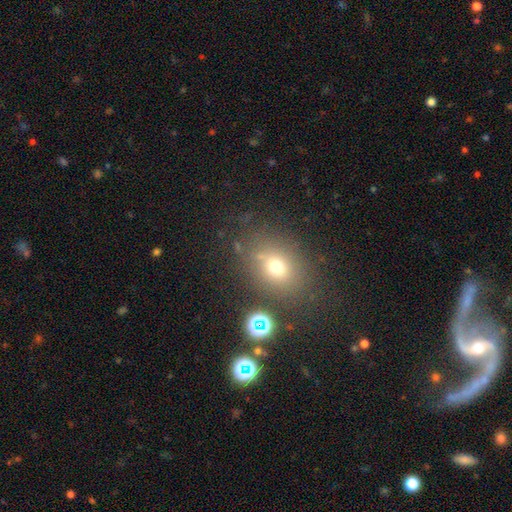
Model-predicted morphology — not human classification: Q: Smooth or featured?
A: smooth (45%); runner-up: featured or disk (32%)
Q: Merging?
A: none (80%); runner-up: minor disturbance (10%)